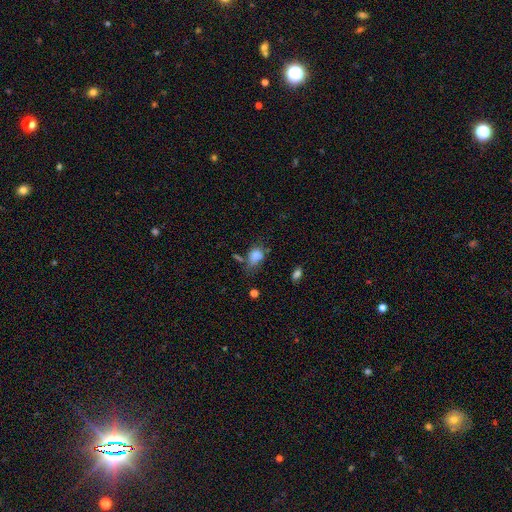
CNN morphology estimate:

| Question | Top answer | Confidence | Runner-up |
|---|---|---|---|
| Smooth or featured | smooth | 79% | star or artifact (11%) |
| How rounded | in between | 70% | round (27%) |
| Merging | none | 38% | minor disturbance (32%) |